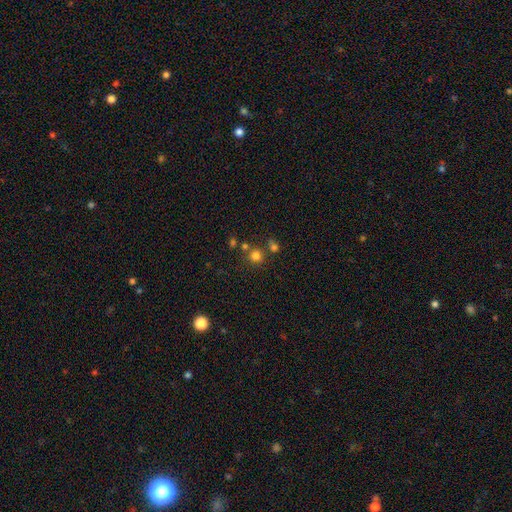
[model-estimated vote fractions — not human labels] Morphology: type=smooth (76%); roundness=round (88%); merging=none (67%).